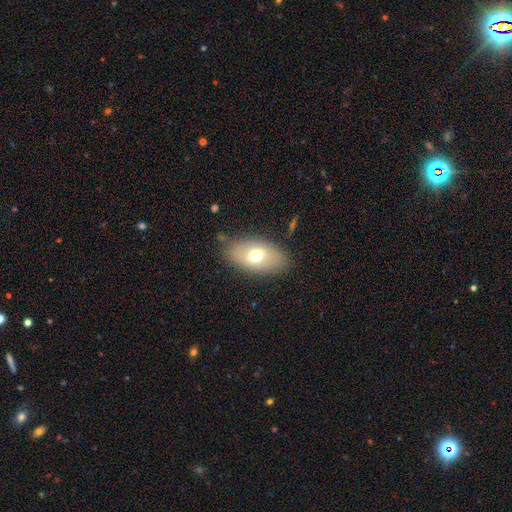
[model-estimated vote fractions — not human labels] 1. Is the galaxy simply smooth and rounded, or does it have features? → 66% smooth, 25% featured or disk, 8% star or artifact.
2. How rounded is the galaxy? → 90% in between, 7% round, 3% cigar-shaped.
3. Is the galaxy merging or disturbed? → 81% none, 13% minor disturbance, 4% major disturbance, 2% merger.